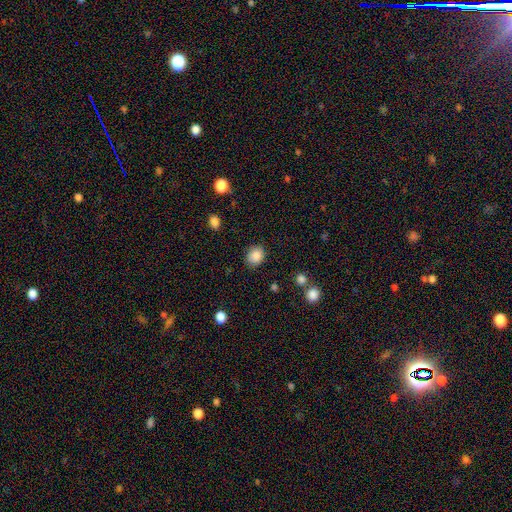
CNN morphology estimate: A smooth galaxy with no disk features (87%) that is round (66%). Merging: none (85%).